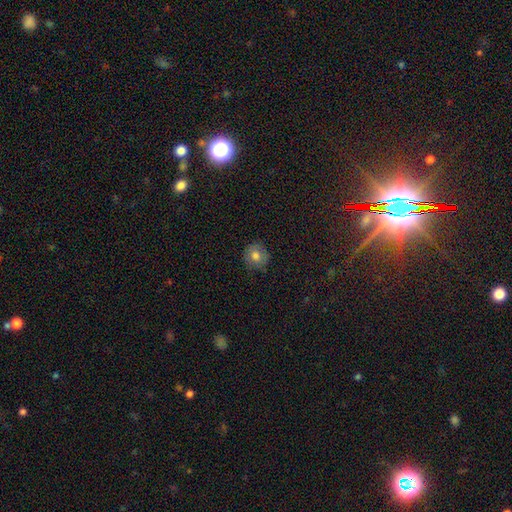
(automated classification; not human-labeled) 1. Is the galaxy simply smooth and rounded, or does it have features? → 75% smooth, 15% featured or disk, 10% star or artifact.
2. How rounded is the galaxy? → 88% round, 11% in between, 1% cigar-shaped.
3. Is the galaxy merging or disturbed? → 81% none, 15% minor disturbance, 3% major disturbance, 1% merger.